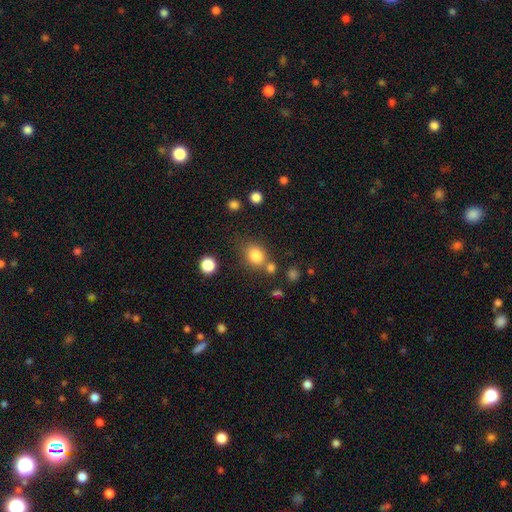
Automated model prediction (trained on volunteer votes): Smooth or featured? Predicted: smooth (p=0.83). How rounded? Predicted: round (p=0.62). Merging? Predicted: none (p=0.65).